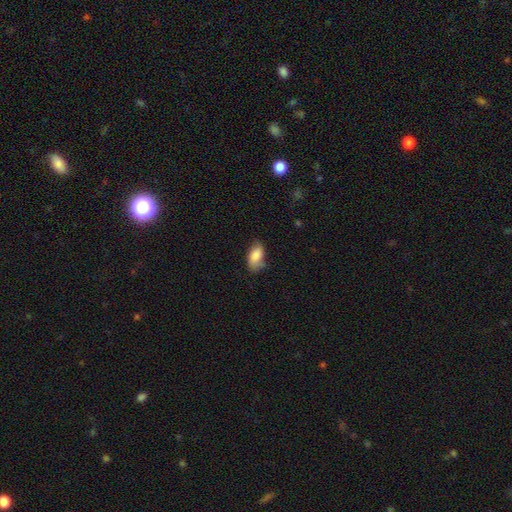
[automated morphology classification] The model was most divided on "merging": none: 54%, minor disturbance: 33%, major disturbance: 9%, merger: 3%. More confident: how rounded — in between (92%); smooth or featured — smooth (83%).